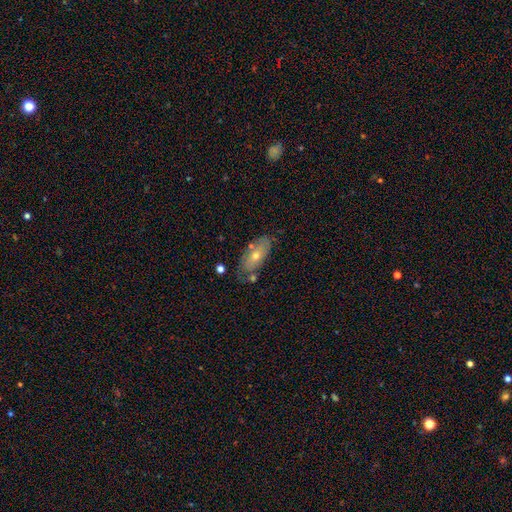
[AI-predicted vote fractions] Smooth or featured?
  - smooth: 50% *
  - featured or disk: 43%
  - star or artifact: 7%
How rounded?
  - in between: 82% *
  - cigar-shaped: 15%
  - round: 4%
Merging?
  - none: 67% *
  - minor disturbance: 21%
  - merger: 7%
  - major disturbance: 5%